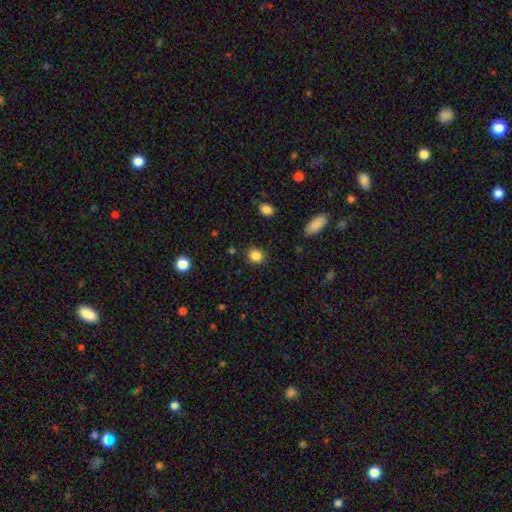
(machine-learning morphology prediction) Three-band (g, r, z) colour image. It shows a smooth galaxy with no disk features (85%) that is round (79%). Merging: none (88%).